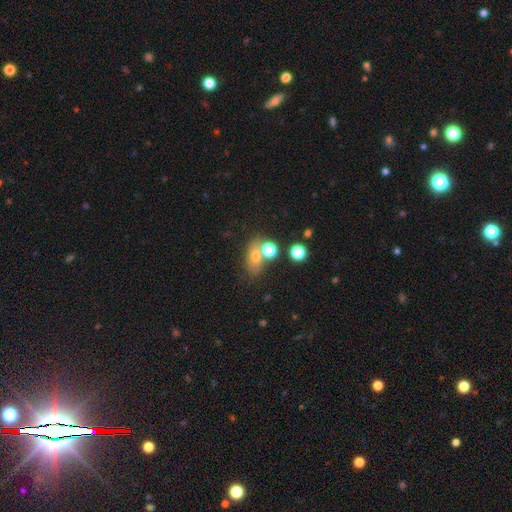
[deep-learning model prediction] This is likely a smooth galaxy (66%). How rounded: likely in between (69%). Merging: possibly none (50%).